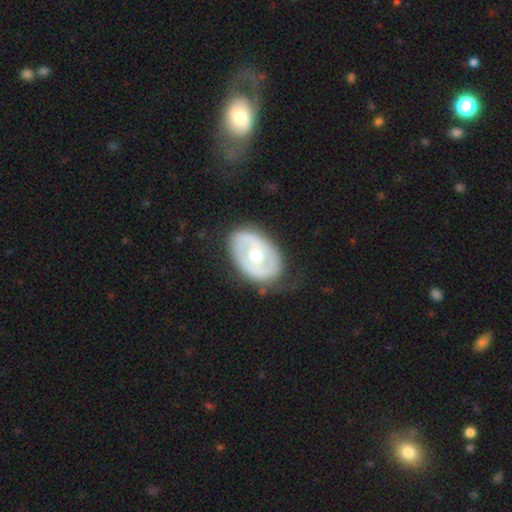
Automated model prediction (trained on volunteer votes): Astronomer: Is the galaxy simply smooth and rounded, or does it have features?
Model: featured or disk — 61%.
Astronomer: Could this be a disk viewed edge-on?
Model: no — 93%.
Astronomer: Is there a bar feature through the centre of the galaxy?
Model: no — 73%.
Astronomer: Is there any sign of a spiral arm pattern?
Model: no — 78%.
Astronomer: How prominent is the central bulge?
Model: moderate — 78%.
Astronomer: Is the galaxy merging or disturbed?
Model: none — 75%.